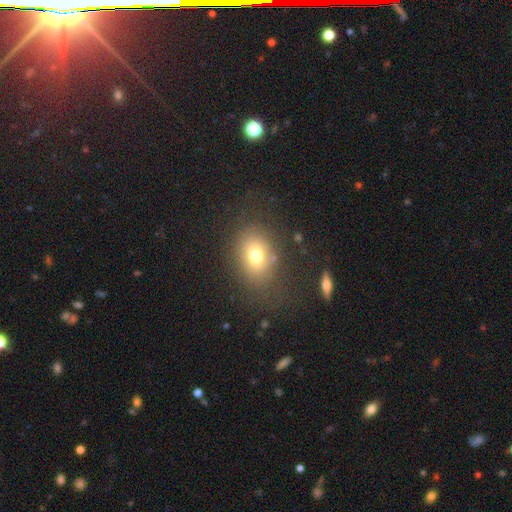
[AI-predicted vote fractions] A smooth galaxy with no disk features (72%) that is in between round and cigar-shaped (60%).

Vote fractions:
- Smooth or featured? smooth: 72% / featured or disk: 15% / star or artifact: 14%
- How rounded? in between: 60% / round: 38% / cigar-shaped: 1%
- Merging? none: 73% / minor disturbance: 15% / major disturbance: 10% / merger: 3%